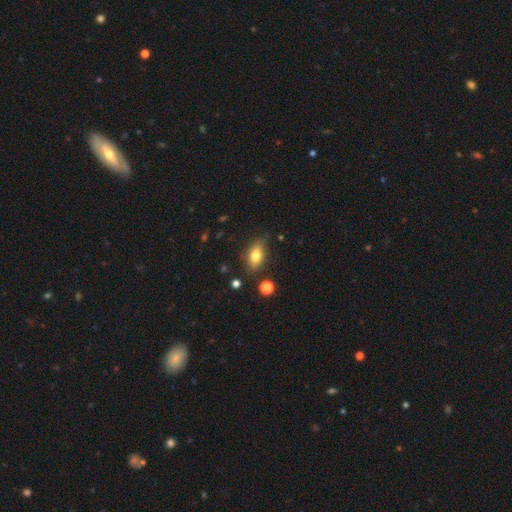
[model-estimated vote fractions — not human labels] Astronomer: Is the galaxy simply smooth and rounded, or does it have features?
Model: smooth — 77%.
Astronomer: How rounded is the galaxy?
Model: in between — 84%.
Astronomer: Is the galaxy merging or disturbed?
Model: none — 79%.